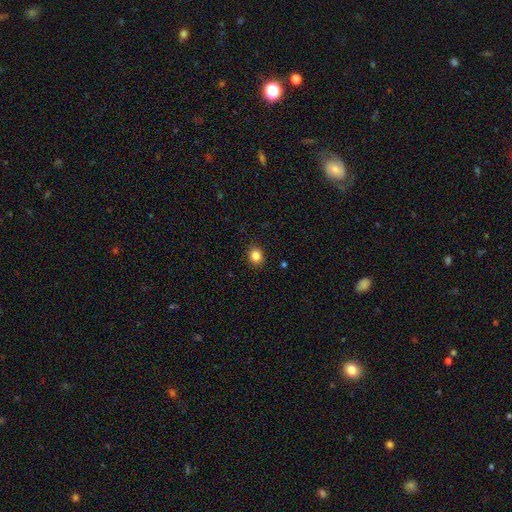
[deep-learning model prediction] smooth-or-featured: smooth: 84% | star or artifact: 11% | featured or disk: 5%
  how-rounded: round: 69% | in between: 30% | cigar-shaped: 1%
  merging: none: 90% | minor disturbance: 7% | major disturbance: 2% | merger: 1%